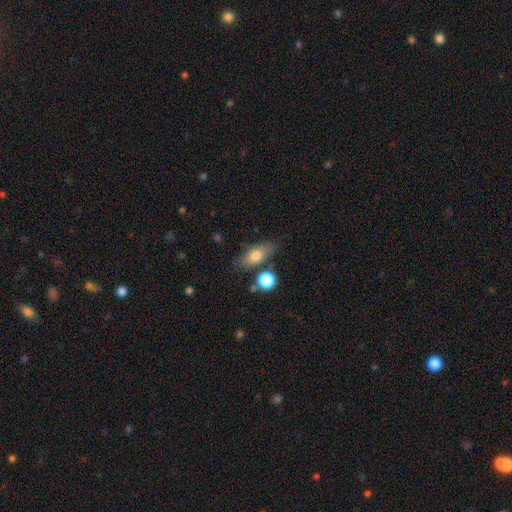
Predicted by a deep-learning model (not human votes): This is likely a smooth galaxy (72%). How rounded: likely in between (74%). Merging: likely none (69%).